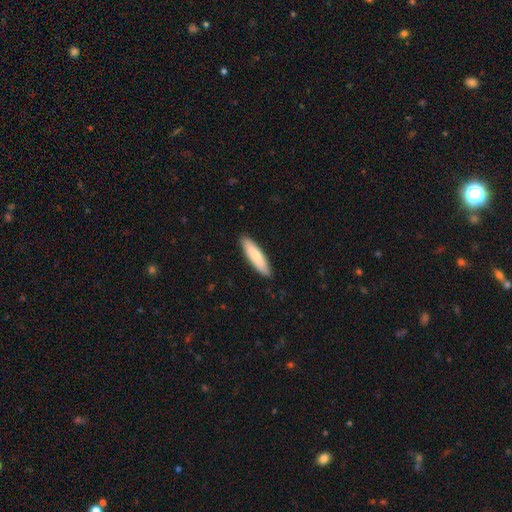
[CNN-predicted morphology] A smooth galaxy with no disk features (78%) that is cigar-shaped (73%). Merging: none (89%).